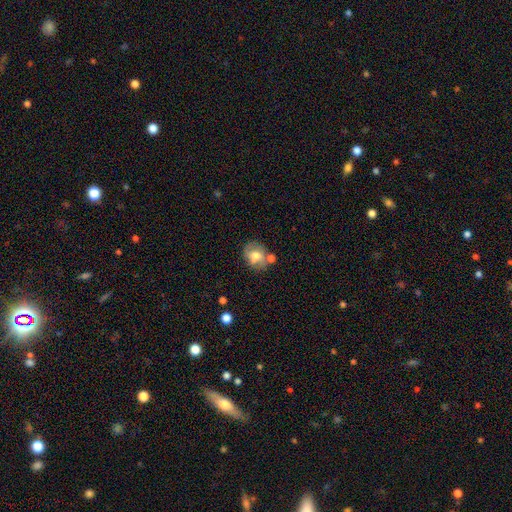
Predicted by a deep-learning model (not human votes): Smooth or featured: smooth — 59% (featured or disk — 33%)
How rounded: round — 59% (in between — 40%)
Merging: none — 59% (minor disturbance — 19%)